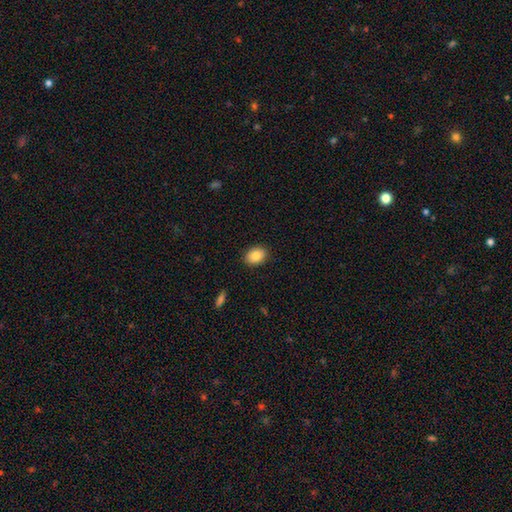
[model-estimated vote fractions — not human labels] Overall: smooth (84%). How rounded: in between (69%; round 30%). Merging: none (89%).